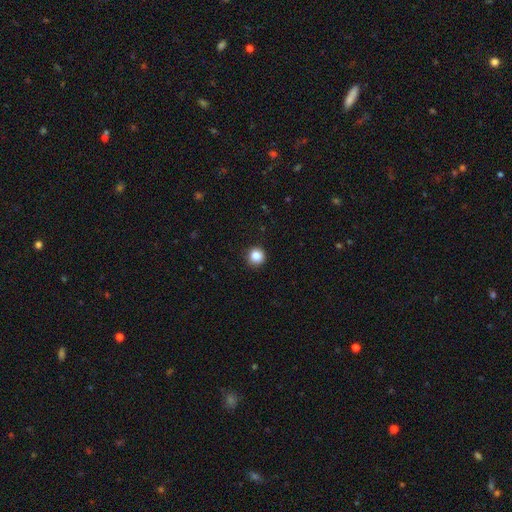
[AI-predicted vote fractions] Morphology: type=smooth (85%); roundness=round (95%); merging=none (92%).